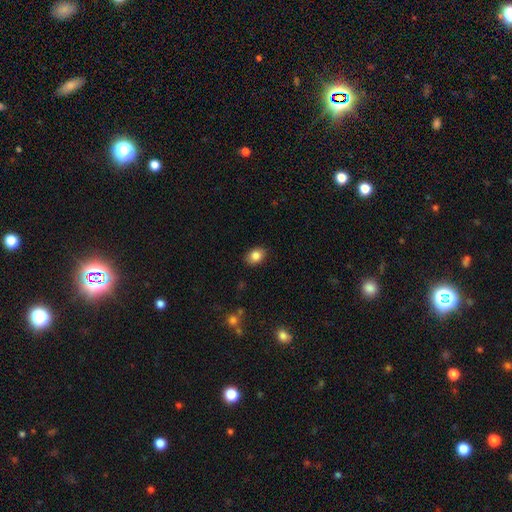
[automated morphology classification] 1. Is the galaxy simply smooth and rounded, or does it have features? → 84% smooth, 9% star or artifact, 7% featured or disk.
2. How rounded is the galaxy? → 73% in between, 26% round, 1% cigar-shaped.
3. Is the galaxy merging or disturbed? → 87% none, 10% minor disturbance, 2% major disturbance, 1% merger.